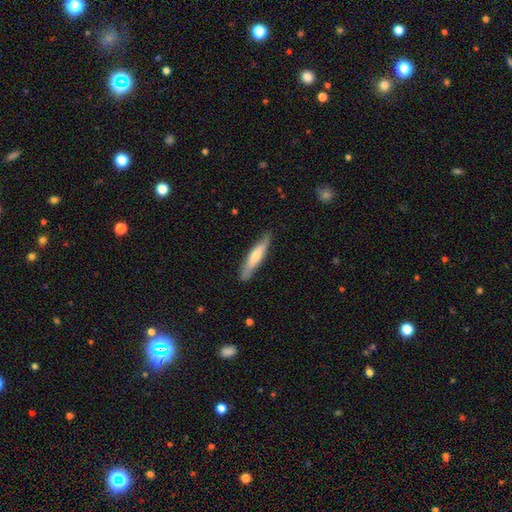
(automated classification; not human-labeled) This appears to be a smooth galaxy with no disk features (53%) that is cigar-shaped (89%). Merging: none (85%).